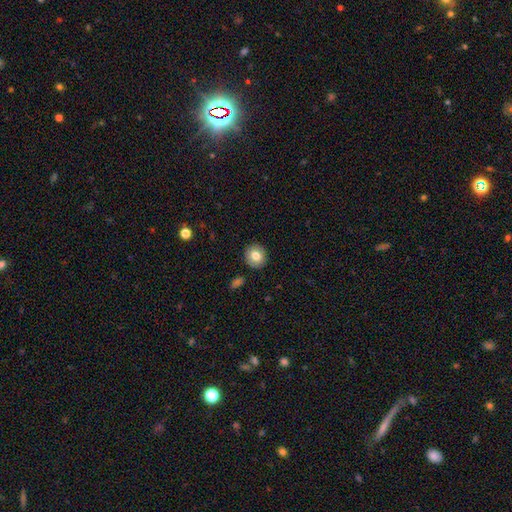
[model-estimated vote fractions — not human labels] Q: Smooth or featured?
A: smooth (78%); runner-up: featured or disk (14%)
Q: How rounded?
A: round (84%); runner-up: in between (15%)
Q: Merging?
A: none (90%); runner-up: minor disturbance (7%)